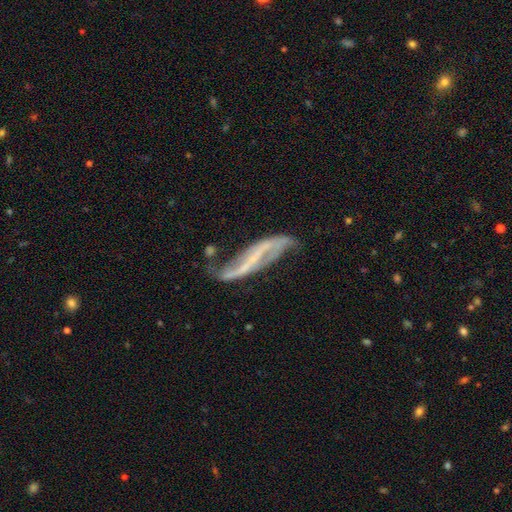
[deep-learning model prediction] This is clearly a featured or disk galaxy (81%). It is likely not viewed edge-on (79%). Bar: possibly strong (53%). Spiral arm pattern: clearly yes (87%). Spiral arm count: clearly 2 (86%). Spiral winding: likely loose (76%). Central bulge: possibly none (47%). Merging: possibly none (51%).